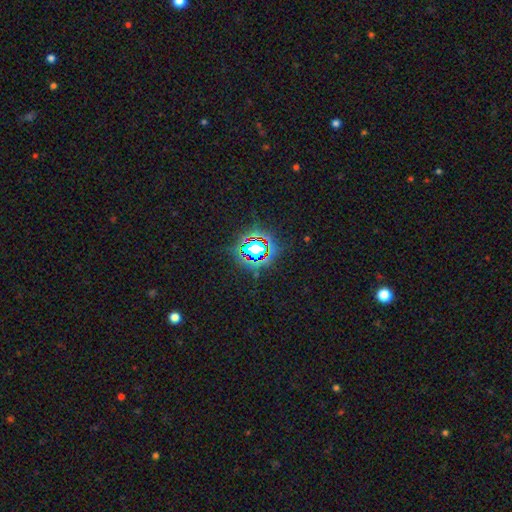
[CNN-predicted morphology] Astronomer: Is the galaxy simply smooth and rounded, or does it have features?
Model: star or artifact — 66%.